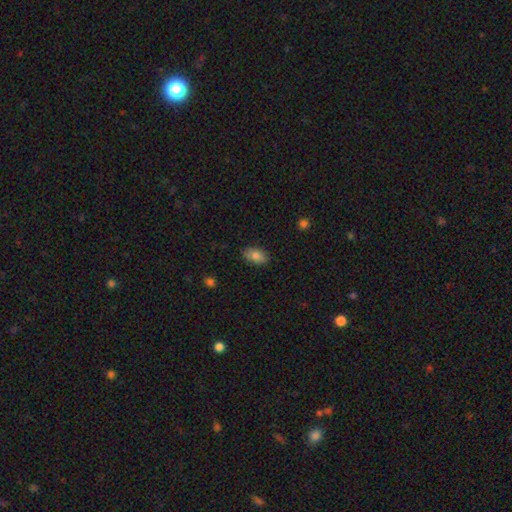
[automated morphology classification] smooth 82%, featured or disk 10%, star or artifact 8%. Down the decision tree: how rounded — in between (92%); merging — none (87%).